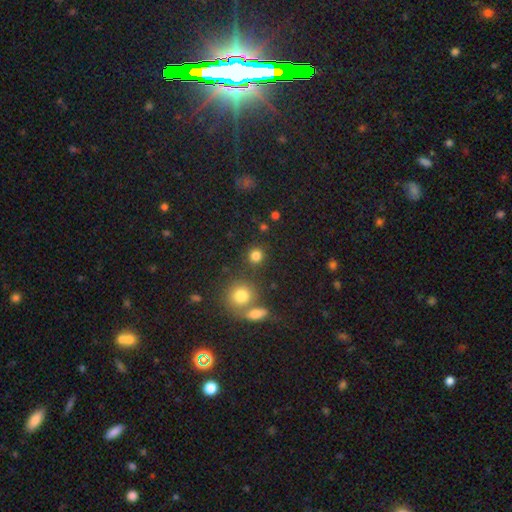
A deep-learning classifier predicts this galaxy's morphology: A smooth galaxy with no disk features (80%) that is round (88%). Merging: none (79%).